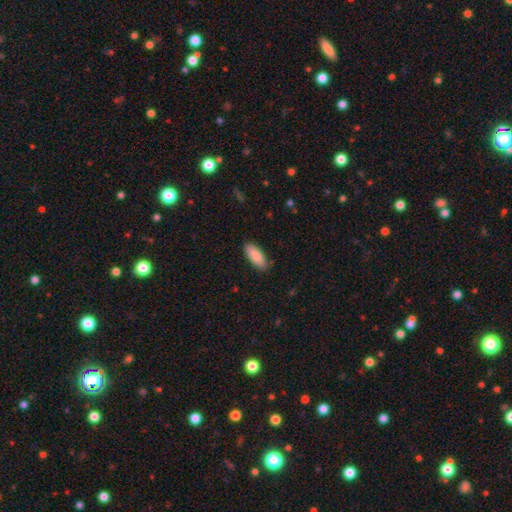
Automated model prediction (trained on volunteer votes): This is clearly a smooth galaxy (87%). How rounded: clearly in between (80%). Merging: clearly none (87%).